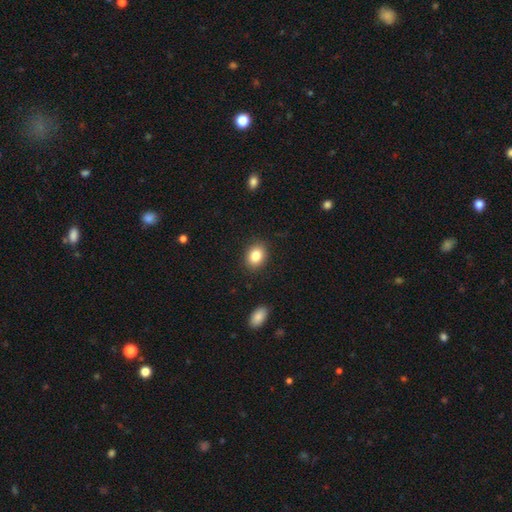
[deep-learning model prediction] A smooth galaxy with no disk features (84%) that is in between round and cigar-shaped (57%). Merging: none (89%).